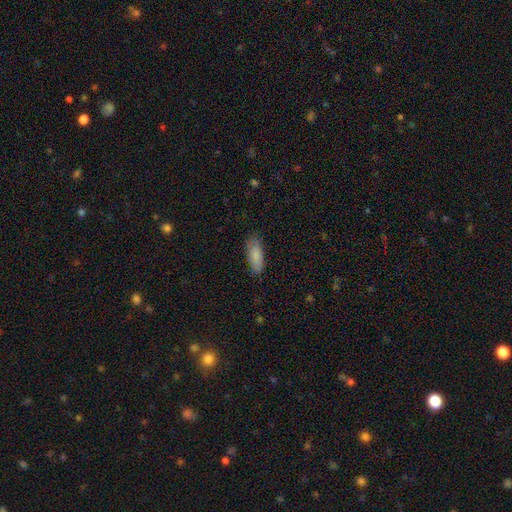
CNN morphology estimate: This is clearly a smooth galaxy (86%). How rounded: likely in between (68%). Merging: clearly none (81%).